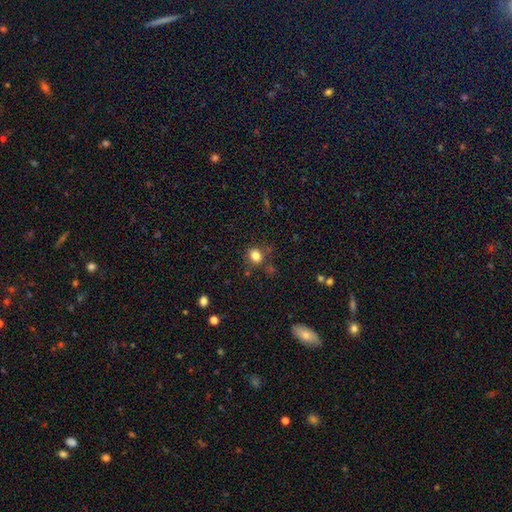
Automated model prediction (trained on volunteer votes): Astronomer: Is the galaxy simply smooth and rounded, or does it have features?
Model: smooth — 82%.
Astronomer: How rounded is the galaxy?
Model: round — 63%.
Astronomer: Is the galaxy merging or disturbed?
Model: none — 75%.